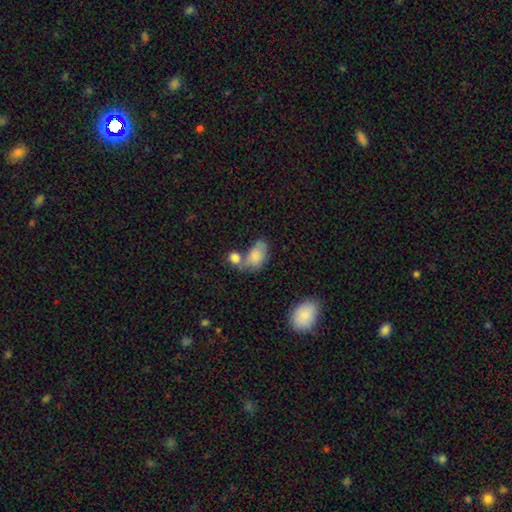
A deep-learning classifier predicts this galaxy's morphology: Smooth or featured: smooth — 80% (featured or disk — 12%)
How rounded: in between — 90% (round — 8%)
Merging: merger — 41% (none — 32%)